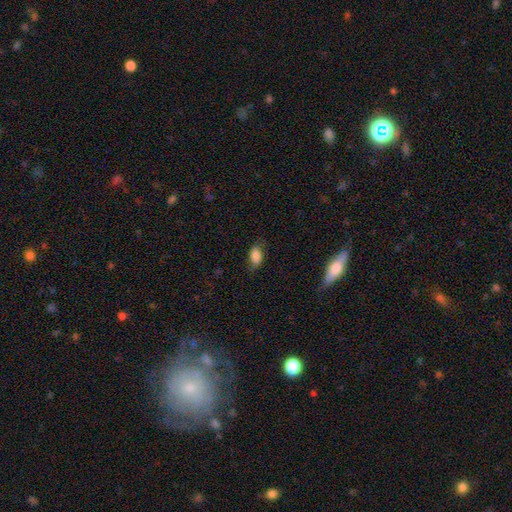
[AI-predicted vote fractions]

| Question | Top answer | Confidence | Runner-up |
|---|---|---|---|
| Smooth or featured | smooth | 82% | featured or disk (9%) |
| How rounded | in between | 89% | round (8%) |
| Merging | none | 65% | minor disturbance (26%) |